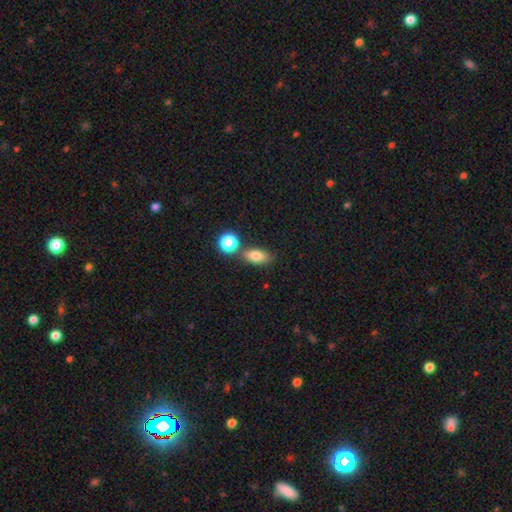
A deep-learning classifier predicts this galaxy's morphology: Smooth or featured?
  - smooth: 78% *
  - star or artifact: 11%
  - featured or disk: 10%
How rounded?
  - in between: 81% *
  - round: 11%
  - cigar-shaped: 8%
Merging?
  - none: 70% *
  - merger: 14%
  - minor disturbance: 12%
  - major disturbance: 4%